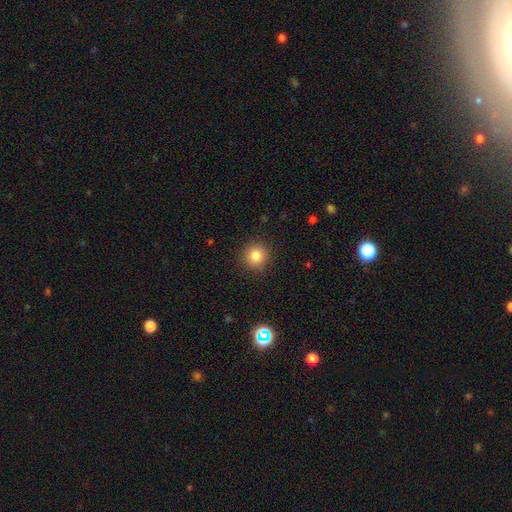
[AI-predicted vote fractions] Smooth or featured? smooth (83%)
How rounded? round (92%)
Merging? none (90%)